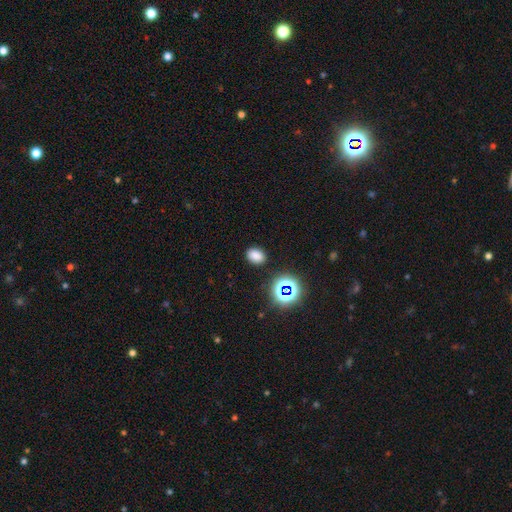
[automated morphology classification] This appears to be a smooth galaxy with no disk features (77%) that is in between round and cigar-shaped (71%). Merging: none (87%).